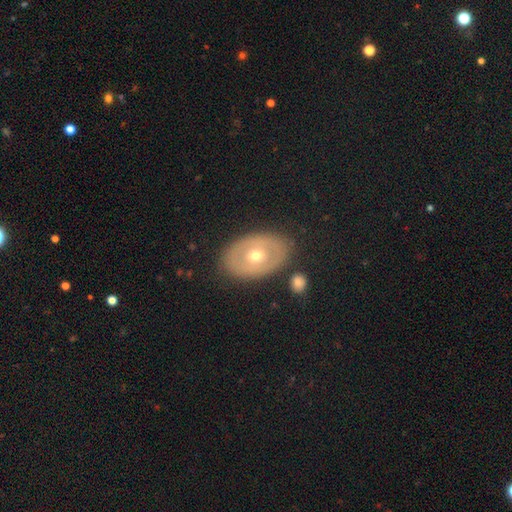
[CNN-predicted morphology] This is possibly a featured or disk galaxy (53%). It is clearly not viewed edge-on (91%). Merging: clearly none (83%).